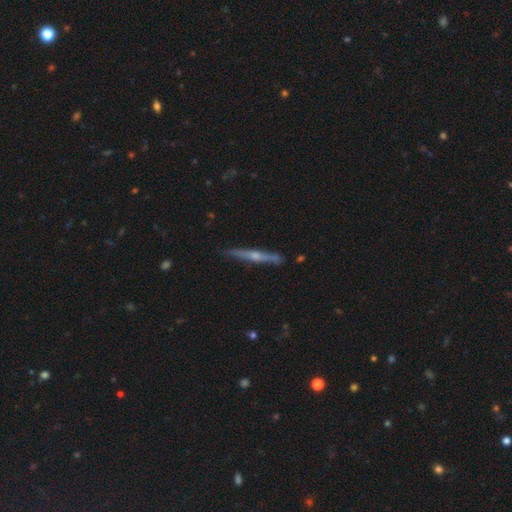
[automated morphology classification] This appears to be a featured or disk galaxy (74%) viewed edge-on (97%) with a rounded central bulge (84%). Merging: none (87%).